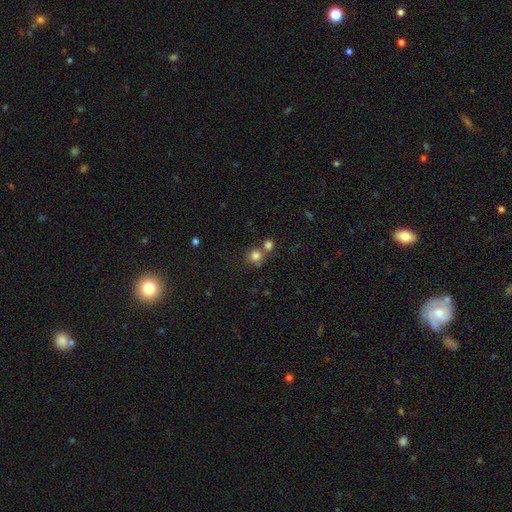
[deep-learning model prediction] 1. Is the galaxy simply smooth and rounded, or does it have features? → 80% smooth, 13% star or artifact, 7% featured or disk.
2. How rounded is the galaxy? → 89% round, 10% in between, 1% cigar-shaped.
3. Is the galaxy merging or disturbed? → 59% none, 30% merger, 8% minor disturbance, 3% major disturbance.